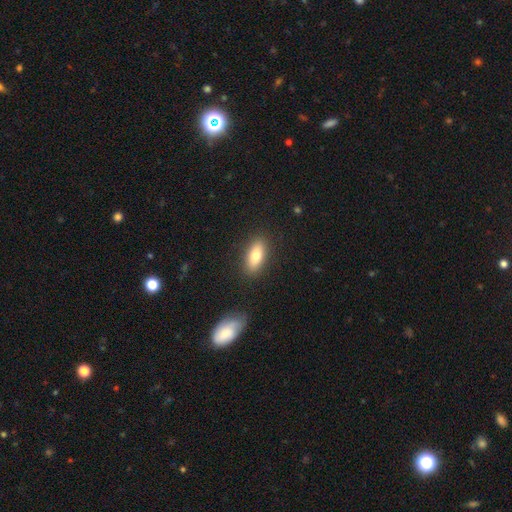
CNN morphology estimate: A smooth galaxy with no disk features (78%) that is in between round and cigar-shaped (77%). Merging: none (87%).